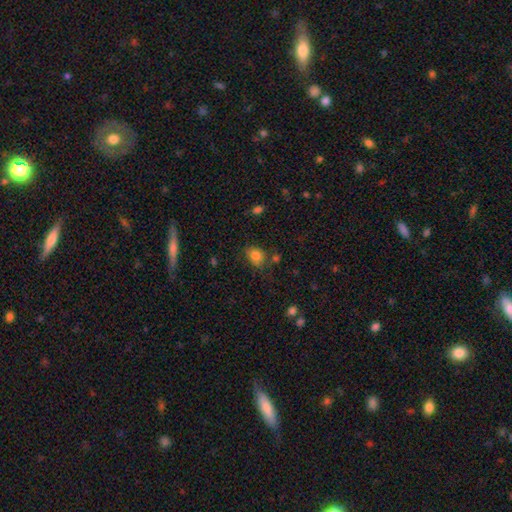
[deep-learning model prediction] Q: Smooth or featured?
A: smooth (81%); runner-up: star or artifact (12%)
Q: How rounded?
A: in between (57%); runner-up: round (42%)
Q: Merging?
A: none (66%); runner-up: minor disturbance (20%)